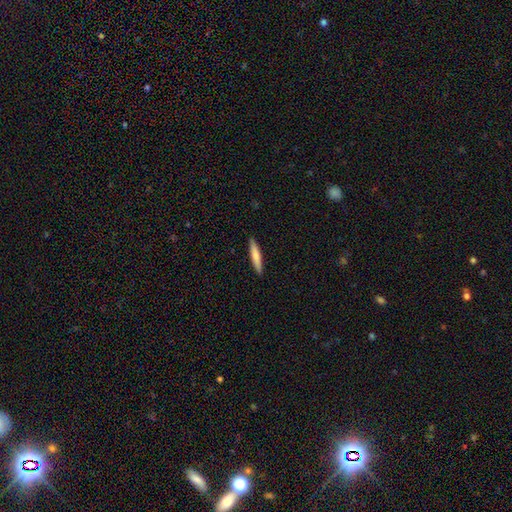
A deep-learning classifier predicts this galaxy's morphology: Smooth or featured? Predicted: smooth (p=0.72). How rounded? Predicted: cigar-shaped (p=0.91). Merging? Predicted: none (p=0.91).